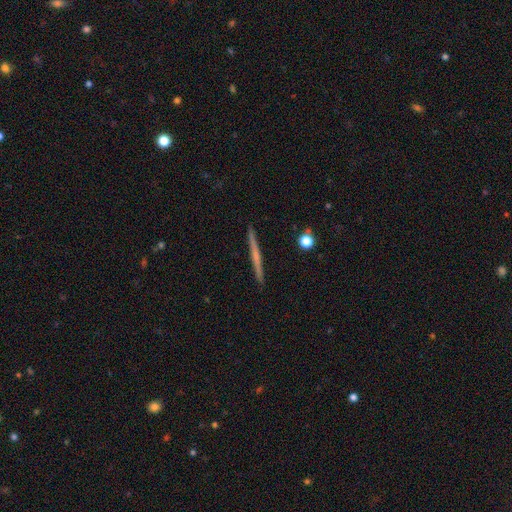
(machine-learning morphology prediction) smooth_or_featured: featured or disk (p=0.58) [alt: smooth p=0.36]
disk_edge_on: yes (p=0.98) [alt: no p=0.02]
edge_on_bulge: none (p=0.73) [alt: rounded p=0.22]
merging: none (p=0.92) [alt: minor disturbance p=0.05]